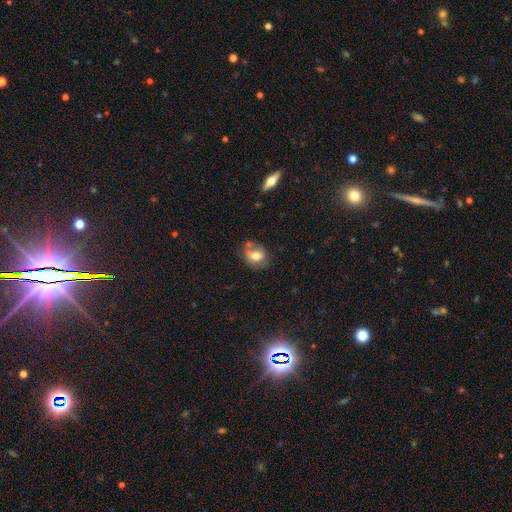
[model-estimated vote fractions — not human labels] Smooth or featured? smooth (72%)
How rounded? in between (50%)
Merging? none (52%)